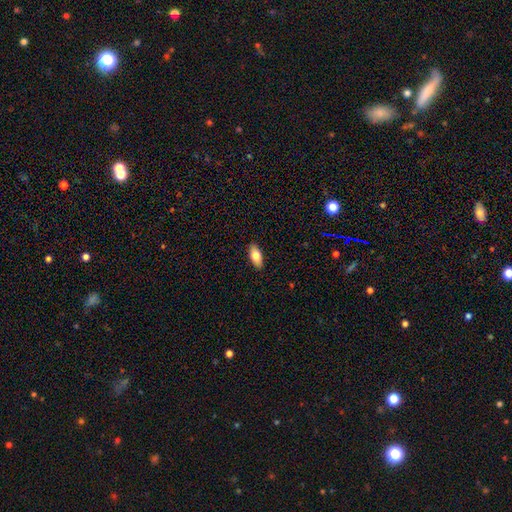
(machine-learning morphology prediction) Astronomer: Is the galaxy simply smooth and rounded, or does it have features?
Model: smooth — 77%.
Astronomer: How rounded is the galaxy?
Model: in between — 86%.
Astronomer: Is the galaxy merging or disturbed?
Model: none — 89%.